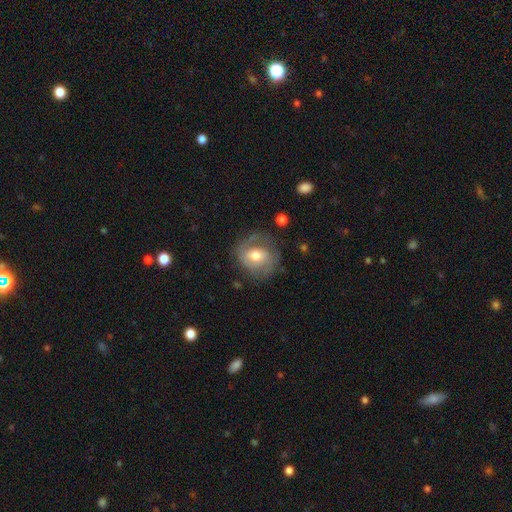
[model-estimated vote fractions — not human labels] The model was most divided on "bar": no: 52%, weak: 37%, strong: 11%. More confident: edge-on disk — no (97%); spiral arms — yes (78%); bulge size — moderate (71%); merging — none (61%); smooth or featured — featured or disk (60%).